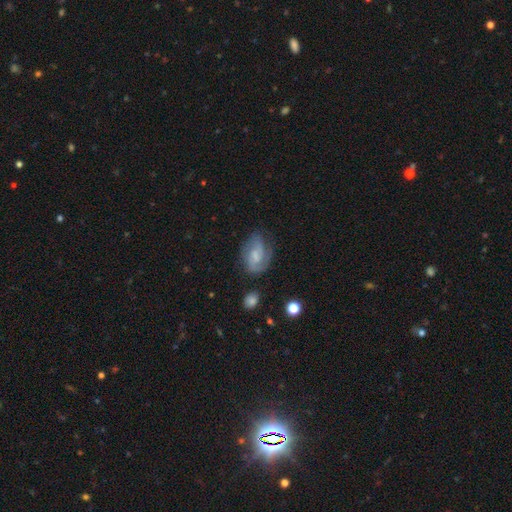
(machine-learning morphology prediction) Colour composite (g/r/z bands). It shows a featured or disk galaxy (58%) with no bar (46%), spiral arms (84%) and a small central bulge (39%). Merging: none (60%).